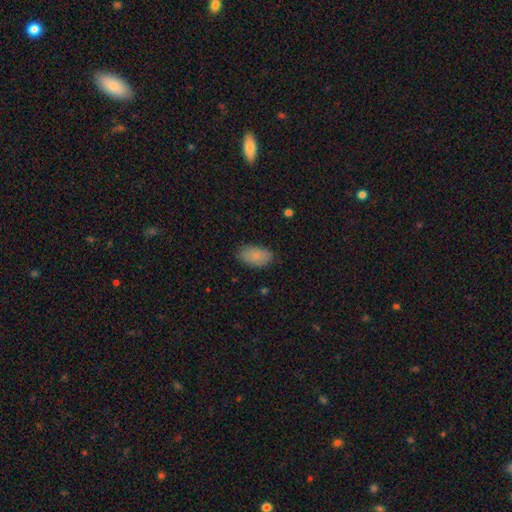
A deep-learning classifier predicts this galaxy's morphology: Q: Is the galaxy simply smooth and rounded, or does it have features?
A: smooth — 83%.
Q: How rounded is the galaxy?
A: in between — 93%.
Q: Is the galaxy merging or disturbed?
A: none — 79%.